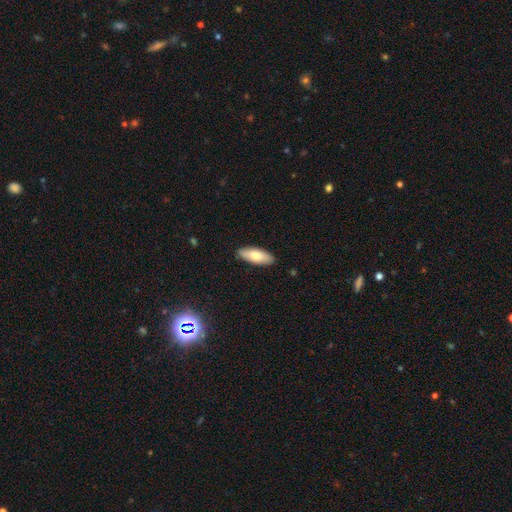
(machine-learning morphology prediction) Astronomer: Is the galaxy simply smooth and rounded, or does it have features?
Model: smooth — 74%.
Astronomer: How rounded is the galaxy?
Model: in between — 74%.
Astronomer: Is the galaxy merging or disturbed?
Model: none — 88%.